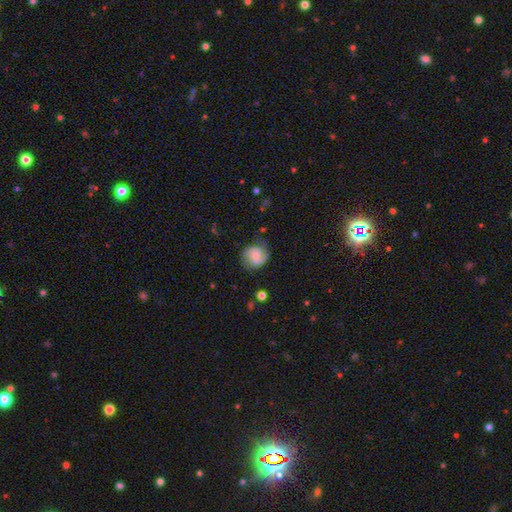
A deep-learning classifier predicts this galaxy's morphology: This appears to be a featured or disk galaxy (53%) with no bar (54%), spiral arms (91%) and a small central bulge (36%). Merging: none (67%).